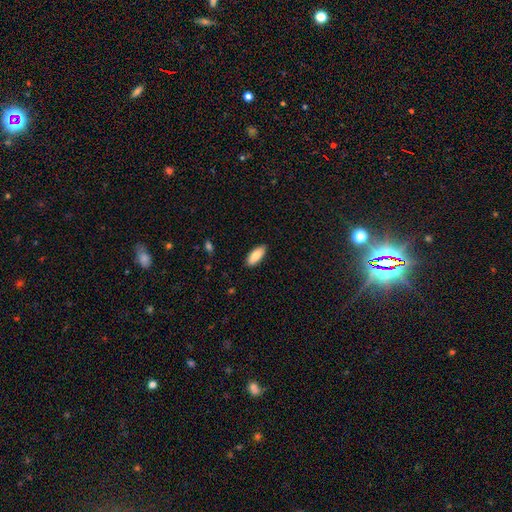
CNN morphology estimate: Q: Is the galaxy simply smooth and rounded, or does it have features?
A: smooth — 84%.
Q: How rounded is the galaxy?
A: in between — 84%.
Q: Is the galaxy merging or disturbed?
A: none — 89%.